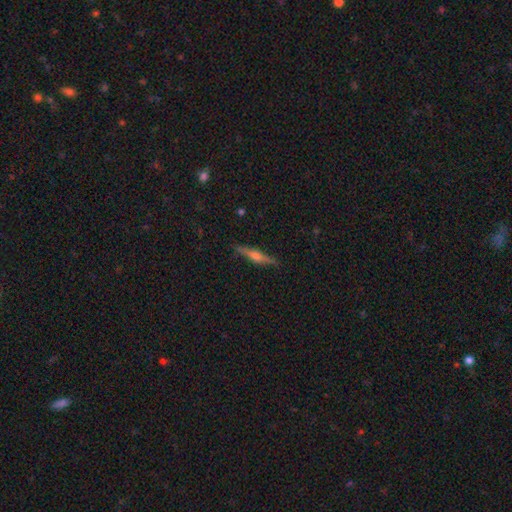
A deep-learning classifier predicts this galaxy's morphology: Smooth or featured?
  - featured or disk: 74% *
  - smooth: 19%
  - star or artifact: 7%
Edge-on disk?
  - yes: 98% *
  - no: 2%
Edge-on bulge?
  - rounded: 90% *
  - boxy: 5%
  - none: 4%
Merging?
  - none: 91% *
  - minor disturbance: 7%
  - major disturbance: 1%
  - merger: 1%